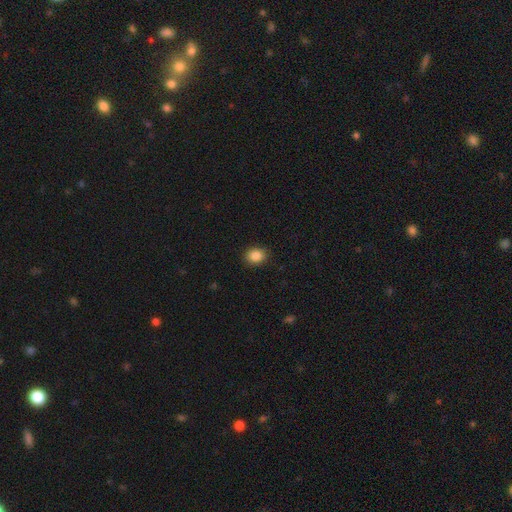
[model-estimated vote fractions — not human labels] Smooth or featured? Predicted: smooth (p=0.87). How rounded? Predicted: round (p=0.51). Merging? Predicted: none (p=0.90).